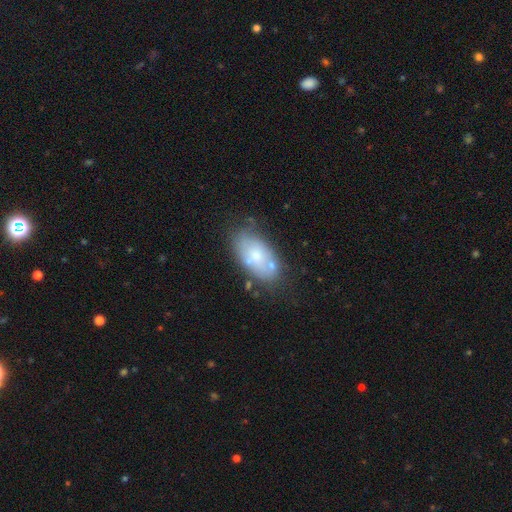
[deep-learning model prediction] The model was most divided on "smooth or featured": smooth: 59%, featured or disk: 33%, star or artifact: 8%. More confident: how rounded — in between (92%); merging — none (56%).